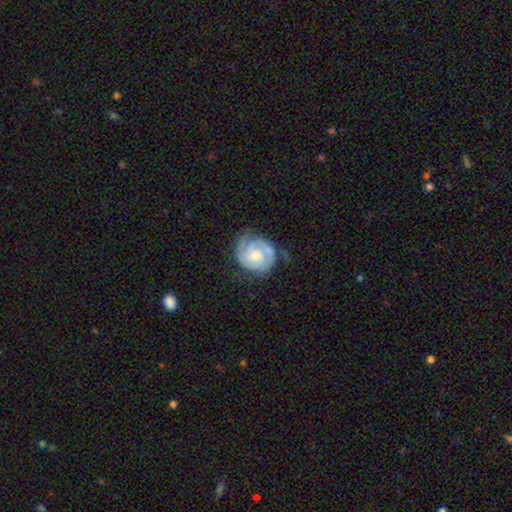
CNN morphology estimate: smooth-or-featured: featured or disk: 77% | smooth: 18% | star or artifact: 5%
  disk-edge-on: no: 98% | yes: 2%
    bar: no: 69% | weak: 26% | strong: 4%
    has-spiral-arms: yes: 93% | no: 7%
      spiral-winding: tight: 65% | medium: 28% | loose: 7%
      spiral-arm-count: 2: 51% | can't tell: 22% | 3: 14% | 1: 6% | 4: 3% | more than 4: 3%
    bulge-size: moderate: 47% | small: 42% | large: 5% | none: 4% | dominant: 1%
  merging: none: 61% | minor disturbance: 25% | major disturbance: 12% | merger: 2%